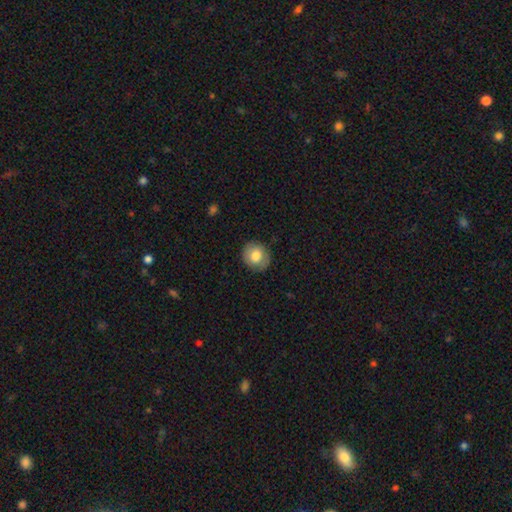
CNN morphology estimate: Smooth or featured? smooth (77%)
How rounded? round (83%)
Merging? none (87%)